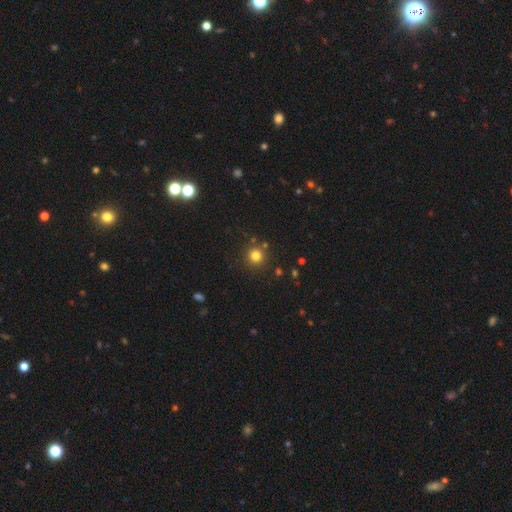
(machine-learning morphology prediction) Overall: smooth (79%). How rounded: round (94%). Merging: none (86%).